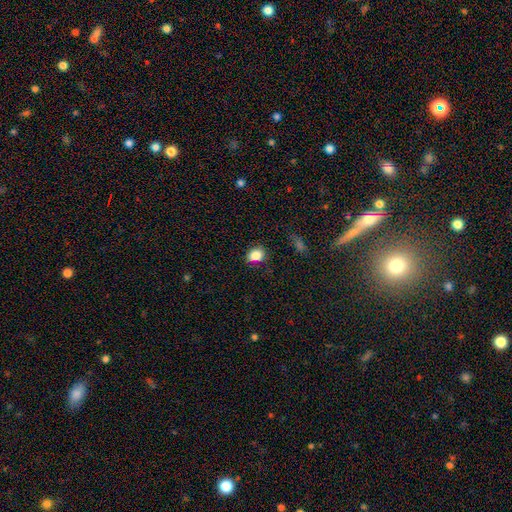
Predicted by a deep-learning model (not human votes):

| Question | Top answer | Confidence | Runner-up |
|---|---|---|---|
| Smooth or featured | smooth | 85% | star or artifact (10%) |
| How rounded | in between | 55% | round (44%) |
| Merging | none | 77% | minor disturbance (17%) |